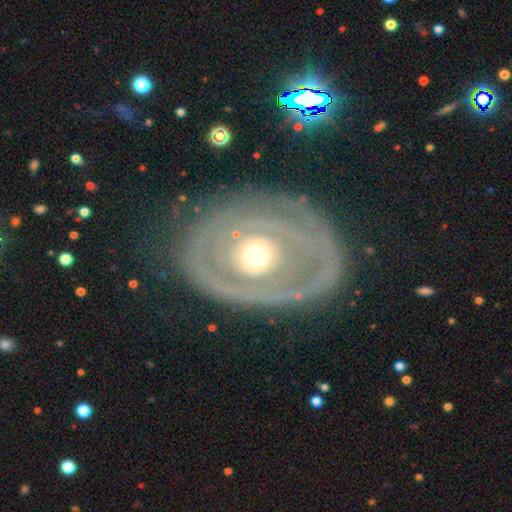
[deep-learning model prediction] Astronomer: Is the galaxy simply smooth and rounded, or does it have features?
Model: featured or disk — 79%.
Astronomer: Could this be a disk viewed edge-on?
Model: no — 95%.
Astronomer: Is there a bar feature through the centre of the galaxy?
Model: no — 86%.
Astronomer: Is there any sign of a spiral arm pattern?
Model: yes — 52% (runner-up: no, 48%).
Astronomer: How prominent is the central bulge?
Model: moderate — 69%.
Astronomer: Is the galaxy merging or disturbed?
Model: none — 76%.